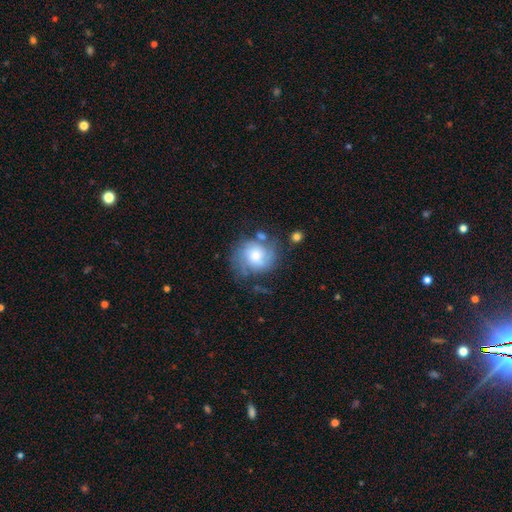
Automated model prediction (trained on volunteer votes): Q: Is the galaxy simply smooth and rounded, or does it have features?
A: featured or disk — 60%.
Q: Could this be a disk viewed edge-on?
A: no — 98%.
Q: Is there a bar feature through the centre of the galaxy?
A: no — 74%.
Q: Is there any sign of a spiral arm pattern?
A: yes — 85%.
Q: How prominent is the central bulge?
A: moderate — 44%.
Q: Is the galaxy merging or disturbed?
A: none — 56%.